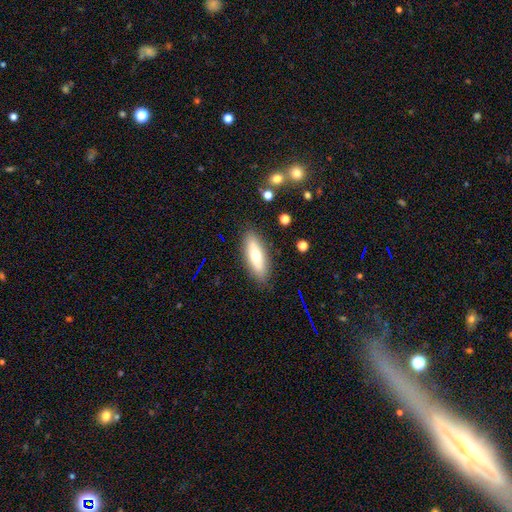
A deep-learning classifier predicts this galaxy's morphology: smooth-or-featured: smooth: 66% | featured or disk: 27% | star or artifact: 7%
  how-rounded: in between: 58% | cigar-shaped: 40% | round: 2%
  merging: none: 86% | minor disturbance: 10% | major disturbance: 3% | merger: 1%